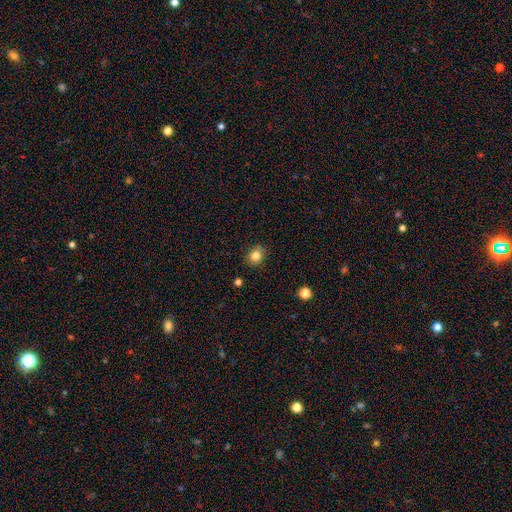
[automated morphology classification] Smooth or featured? Predicted: smooth (p=0.82). How rounded? Predicted: round (p=0.69). Merging? Predicted: none (p=0.88).